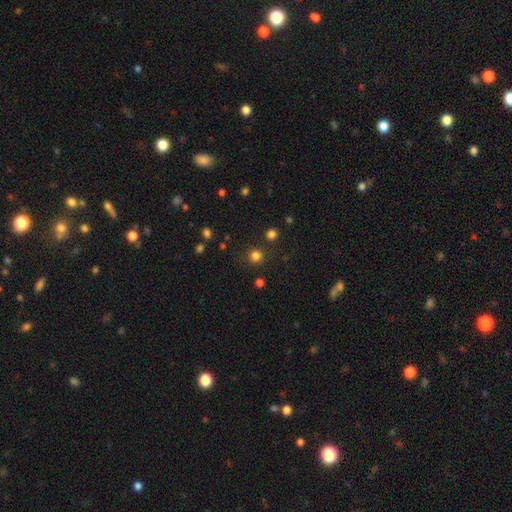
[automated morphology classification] This is likely a smooth galaxy (78%). How rounded: clearly round (94%). Merging: clearly none (87%).